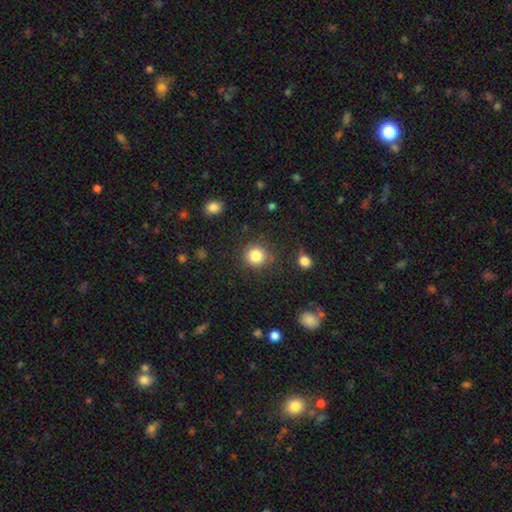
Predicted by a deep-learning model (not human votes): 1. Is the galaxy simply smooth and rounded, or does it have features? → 84% smooth, 11% star or artifact, 5% featured or disk.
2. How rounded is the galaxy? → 90% round, 9% in between, 1% cigar-shaped.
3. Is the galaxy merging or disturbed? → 84% none, 10% minor disturbance, 4% major disturbance, 3% merger.